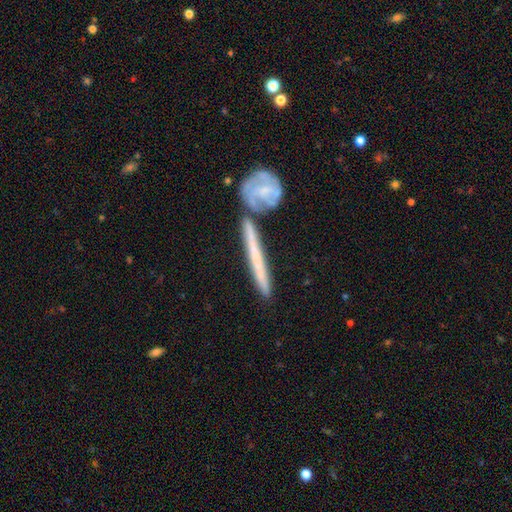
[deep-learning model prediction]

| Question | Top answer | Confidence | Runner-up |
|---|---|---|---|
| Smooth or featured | featured or disk | 55% | smooth (38%) |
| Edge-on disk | yes | 87% | no (13%) |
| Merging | none | 70% | merger (16%) |